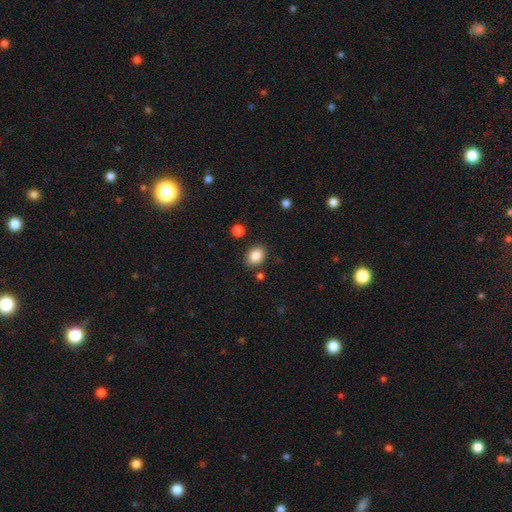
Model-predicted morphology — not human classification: Overall: smooth (87%). How rounded: in between (64%; round 35%). Merging: none (83%).